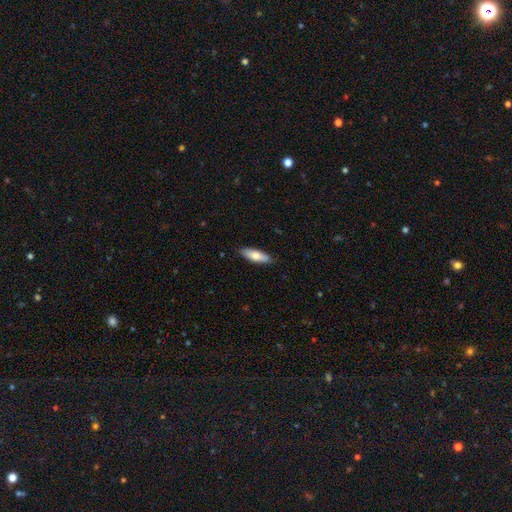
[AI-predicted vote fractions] Morphology: type=smooth (73%); roundness=in between (58%); merging=none (88%).